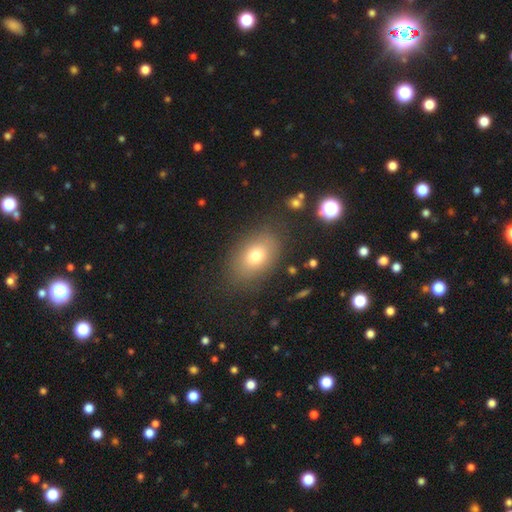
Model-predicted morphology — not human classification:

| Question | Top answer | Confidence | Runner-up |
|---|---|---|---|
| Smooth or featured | smooth | 73% | featured or disk (14%) |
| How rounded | in between | 80% | round (19%) |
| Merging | none | 81% | minor disturbance (12%) |